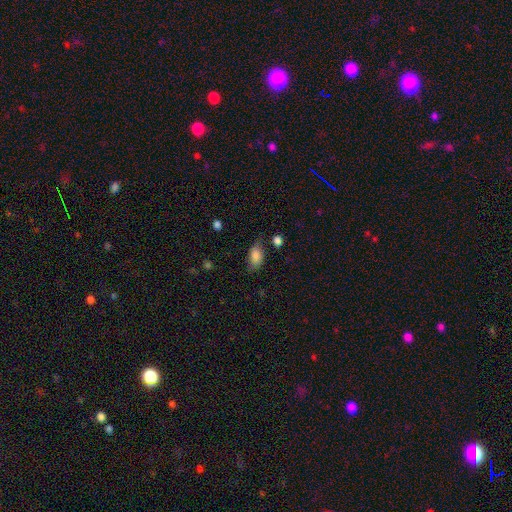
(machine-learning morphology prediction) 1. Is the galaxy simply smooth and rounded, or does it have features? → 82% smooth, 10% featured or disk, 8% star or artifact.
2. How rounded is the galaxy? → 90% in between, 6% round, 4% cigar-shaped.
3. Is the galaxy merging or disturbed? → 61% none, 27% minor disturbance, 8% major disturbance, 3% merger.